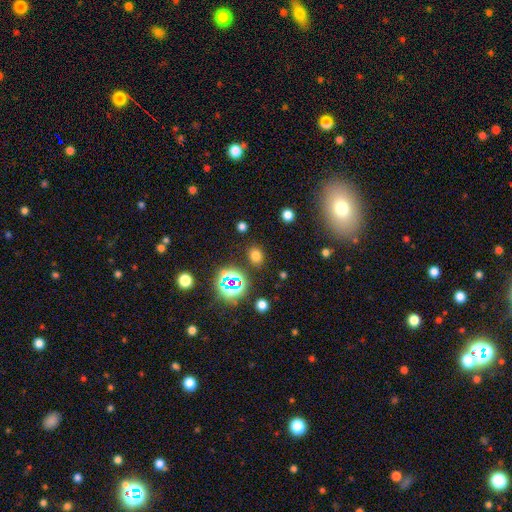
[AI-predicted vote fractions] A smooth galaxy with no disk features (68%) that is round (52%).

Vote fractions:
- Smooth or featured? smooth: 68% / star or artifact: 26% / featured or disk: 6%
- How rounded? round: 52% / in between: 47% / cigar-shaped: 1%
- Merging? none: 86% / minor disturbance: 8% / major disturbance: 3% / merger: 3%